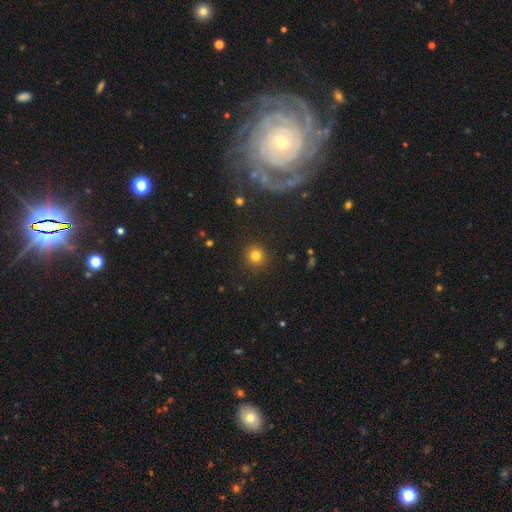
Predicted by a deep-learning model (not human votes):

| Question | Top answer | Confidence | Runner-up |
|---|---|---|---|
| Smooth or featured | smooth | 81% | star or artifact (13%) |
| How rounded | round | 92% | in between (7%) |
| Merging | none | 90% | minor disturbance (6%) |